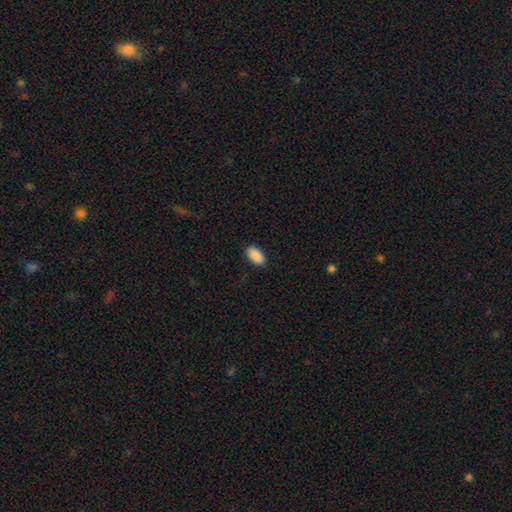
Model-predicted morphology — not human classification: This appears to be a smooth galaxy with no disk features (91%) that is in between round and cigar-shaped (94%). Merging: none (89%).